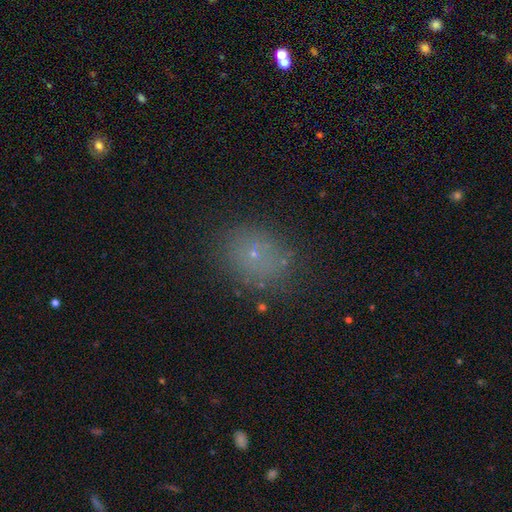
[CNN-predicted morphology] This appears to be a smooth galaxy with no disk features (64%) that is round (63%). Merging: none (79%).